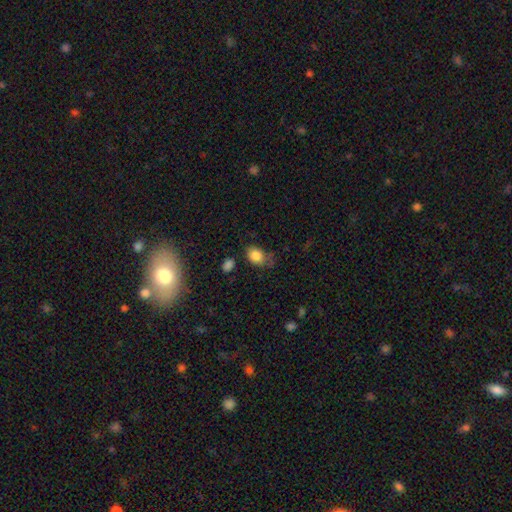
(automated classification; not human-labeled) Overall: smooth (84%). How rounded: in between (73%). Merging: none (55%; minor disturbance 30%).